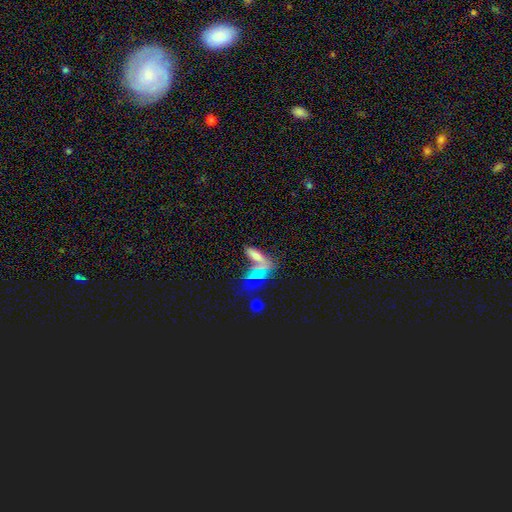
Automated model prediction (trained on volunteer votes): Smooth or featured? Predicted: smooth (p=0.67). How rounded? Predicted: in between (p=0.58). Merging? Predicted: none (p=0.44).